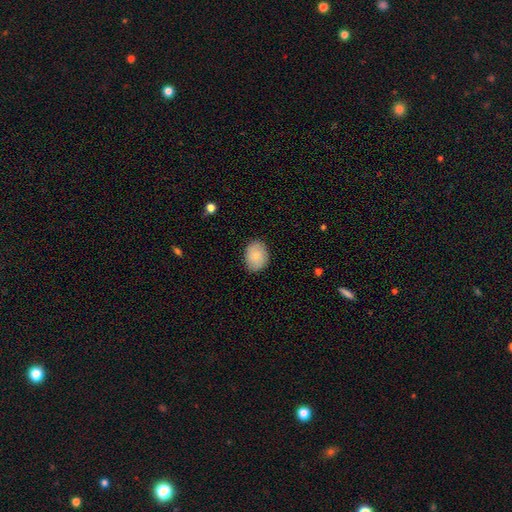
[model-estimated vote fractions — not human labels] This appears to be a smooth galaxy with no disk features (81%) that is in between round and cigar-shaped (62%). Merging: none (85%).